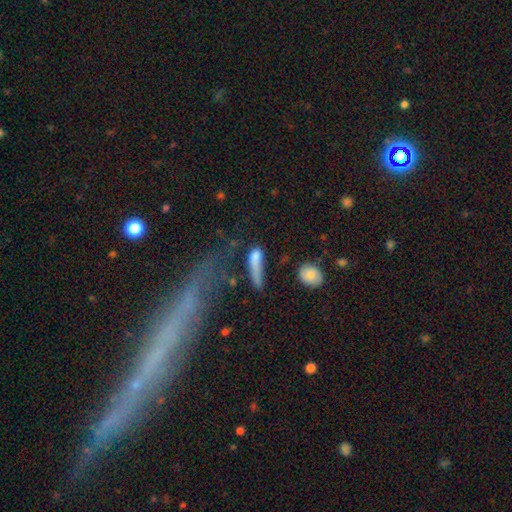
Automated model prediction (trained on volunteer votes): Overall: smooth (70%). How rounded: cigar-shaped (52%; in between 39%). Merging: major disturbance (37%; none 27%).